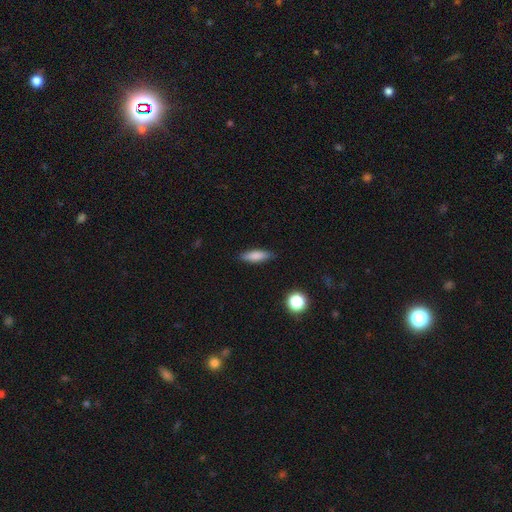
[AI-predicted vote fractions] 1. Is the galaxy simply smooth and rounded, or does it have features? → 80% smooth, 12% featured or disk, 7% star or artifact.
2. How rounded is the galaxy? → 55% cigar-shaped, 42% in between, 2% round.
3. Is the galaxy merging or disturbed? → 85% none, 12% minor disturbance, 2% major disturbance, 1% merger.